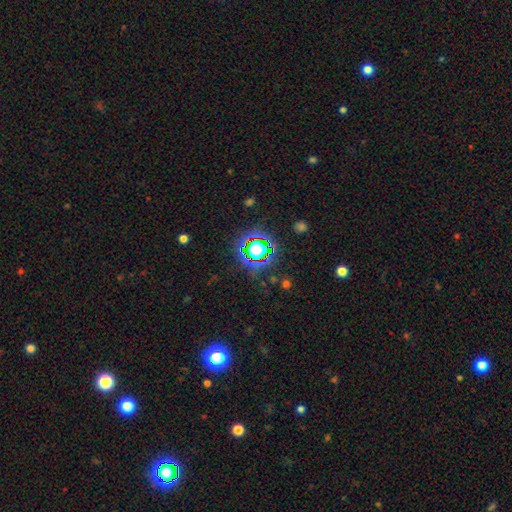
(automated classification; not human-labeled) star or artifact 77%, smooth 14%, featured or disk 9%.